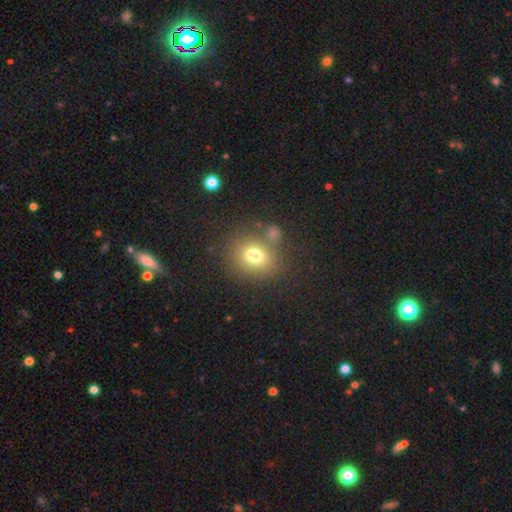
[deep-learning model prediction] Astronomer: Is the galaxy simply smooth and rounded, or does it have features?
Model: smooth — 73%.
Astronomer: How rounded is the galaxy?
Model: round — 51% (runner-up: in between, 47%).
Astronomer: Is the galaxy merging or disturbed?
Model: none — 63%.